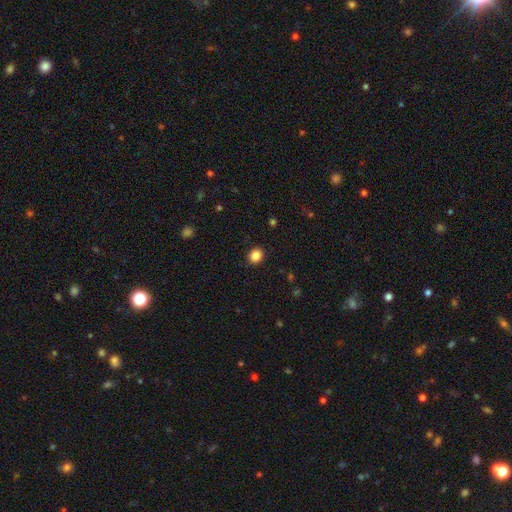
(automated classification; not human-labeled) The model was most divided on "how rounded": round: 72%, in between: 27%, cigar-shaped: 1%. More confident: merging — none (89%); smooth or featured — smooth (86%).